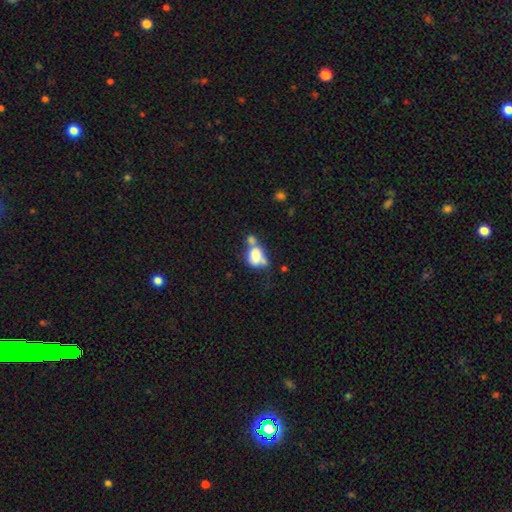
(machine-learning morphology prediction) Overall: smooth (66%). How rounded: in between (76%). Merging: merger (54%; none 18%).